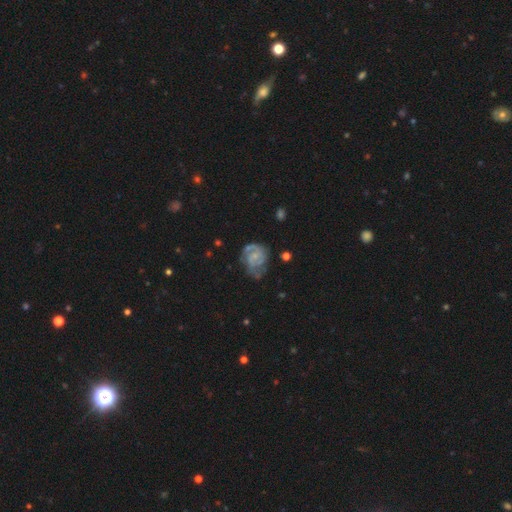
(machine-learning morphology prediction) Overall: featured or disk (81%). Edge-on disk: no (98%). Bar: no (60%; weak 34%). Spiral arms: yes (93%). Spiral arm count: 2 (63%). Spiral winding: medium (44%; tight 42%). Bulge size: small (59%; none 21%). Merging: none (54%; minor disturbance 26%).